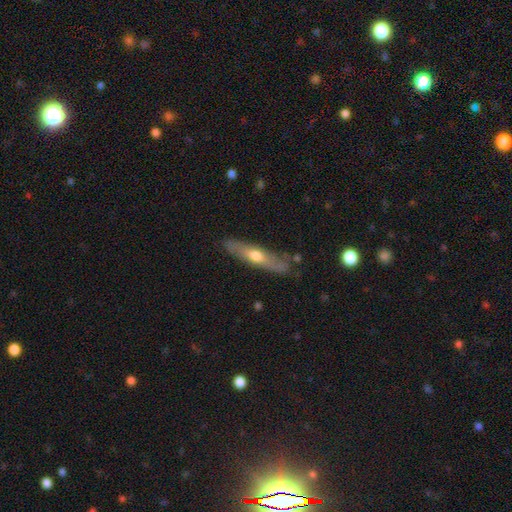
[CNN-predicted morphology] smooth_or_featured: featured or disk (p=0.51) [alt: smooth p=0.44]
disk_edge_on: yes (p=0.77) [alt: no p=0.23]
merging: none (p=0.80) [alt: minor disturbance p=0.14]